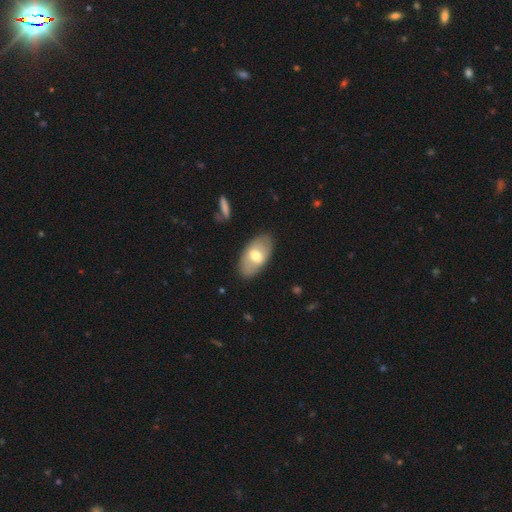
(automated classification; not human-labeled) Morphology: type=smooth (58%); roundness=in between (94%); merging=none (84%).